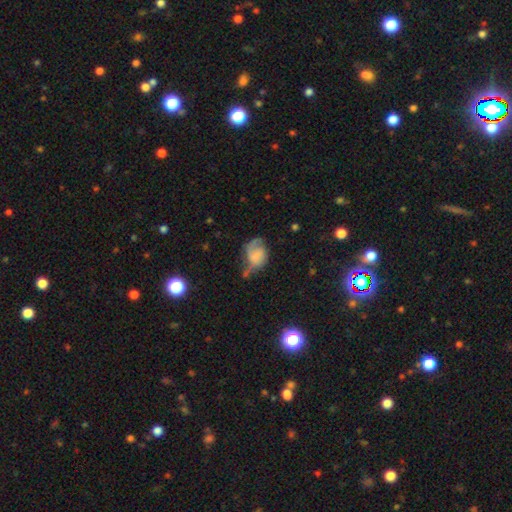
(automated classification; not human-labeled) Smooth or featured? featured or disk (48%)
Merging? major disturbance (35%)